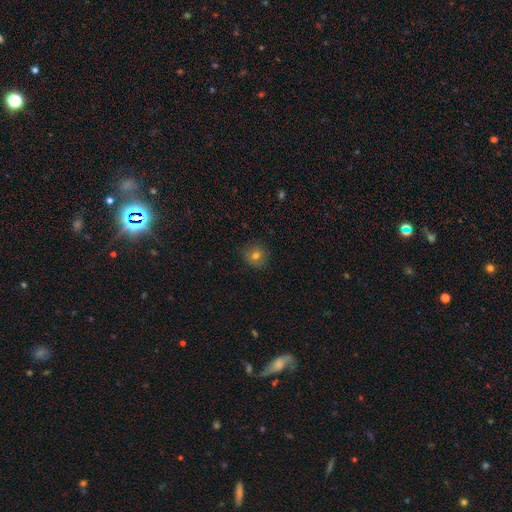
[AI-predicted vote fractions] This appears to be a smooth galaxy with no disk features (74%) that is round (88%). Merging: none (86%).